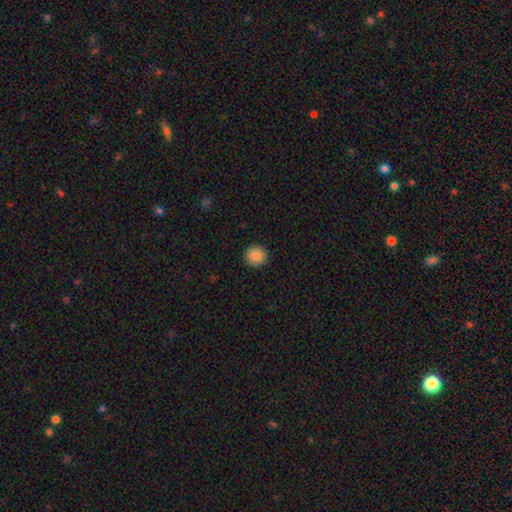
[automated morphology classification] type=smooth (88%); roundness=round (93%); merging=none (93%).